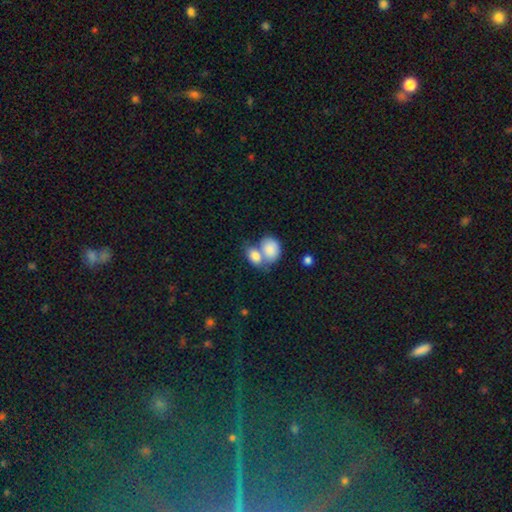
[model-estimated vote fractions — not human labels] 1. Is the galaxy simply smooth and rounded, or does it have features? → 63% smooth, 18% star or artifact, 18% featured or disk.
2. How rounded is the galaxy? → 56% in between, 41% round, 3% cigar-shaped.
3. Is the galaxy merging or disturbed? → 53% merger, 32% none, 9% minor disturbance, 6% major disturbance.